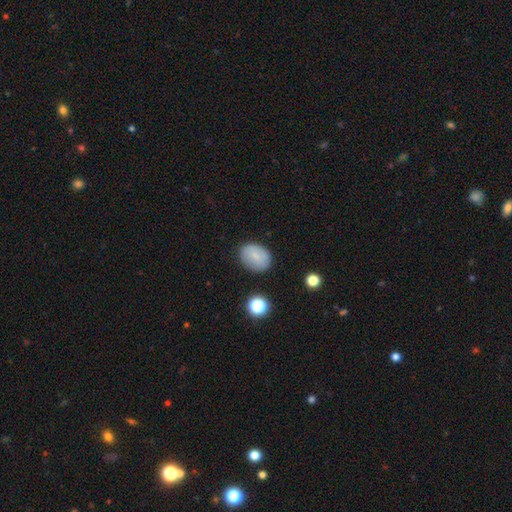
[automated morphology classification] The model was most divided on "how rounded": in between: 65%, round: 34%, cigar-shaped: 1%. More confident: merging — none (82%); smooth or featured — smooth (78%).